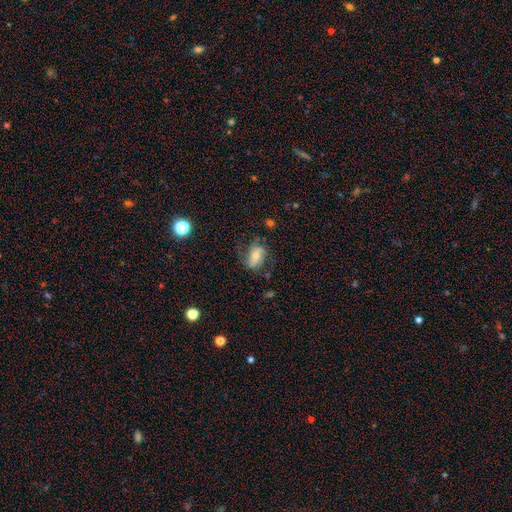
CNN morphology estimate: Smooth or featured: featured or disk — 52% (smooth — 39%)
Edge-on disk: no — 93% (yes — 7%)
Merging: none — 57% (minor disturbance — 24%)